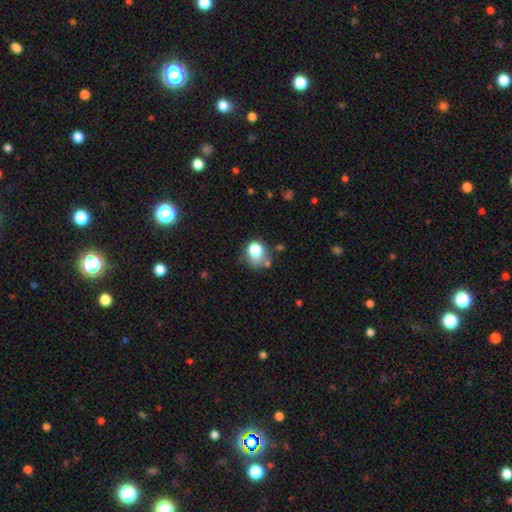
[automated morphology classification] Smooth or featured? smooth (74%)
How rounded? round (70%)
Merging? none (51%)